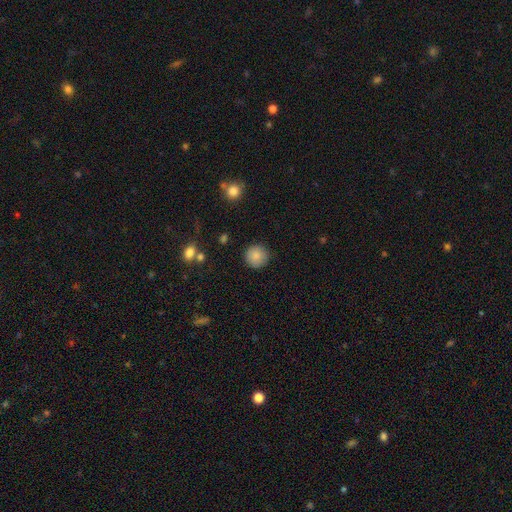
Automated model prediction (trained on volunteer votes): Q: Smooth or featured?
A: smooth (86%); runner-up: star or artifact (8%)
Q: How rounded?
A: round (94%); runner-up: in between (5%)
Q: Merging?
A: none (89%); runner-up: minor disturbance (7%)